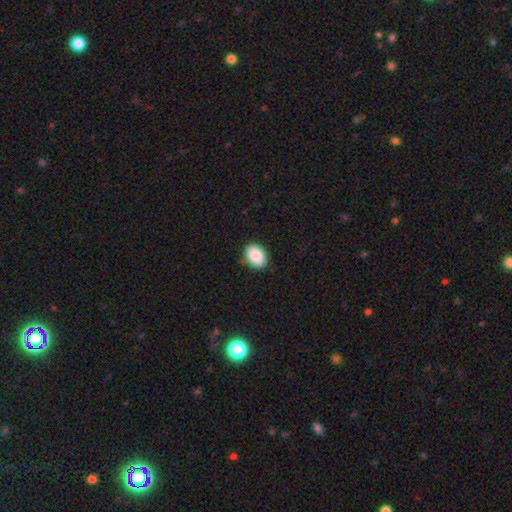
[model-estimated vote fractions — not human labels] smooth-or-featured: smooth: 88% | star or artifact: 7% | featured or disk: 5%
  how-rounded: in between: 78% | round: 21% | cigar-shaped: 1%
  merging: none: 85% | minor disturbance: 12% | major disturbance: 2% | merger: 1%